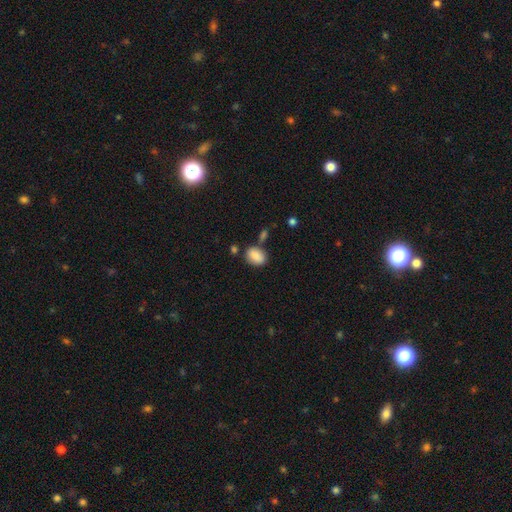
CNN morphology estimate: smooth 83%, featured or disk 9%, star or artifact 8%. Down the decision tree: how rounded — in between (78%); merging — none (68%).